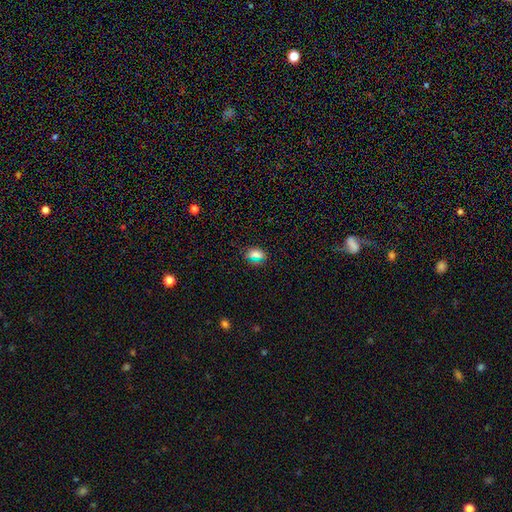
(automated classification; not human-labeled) This appears to be a smooth galaxy with no disk features (68%) that is in between round and cigar-shaped (58%). Merging: none (84%).